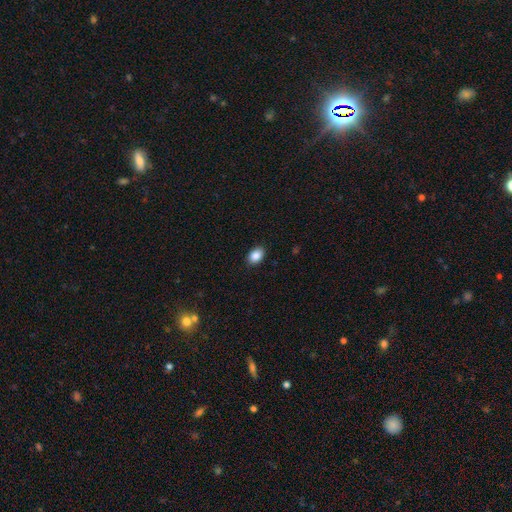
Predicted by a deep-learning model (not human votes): smooth-or-featured: smooth: 88% | star or artifact: 8% | featured or disk: 4%
  how-rounded: in between: 80% | round: 19% | cigar-shaped: 1%
  merging: none: 89% | minor disturbance: 8% | major disturbance: 2% | merger: 1%